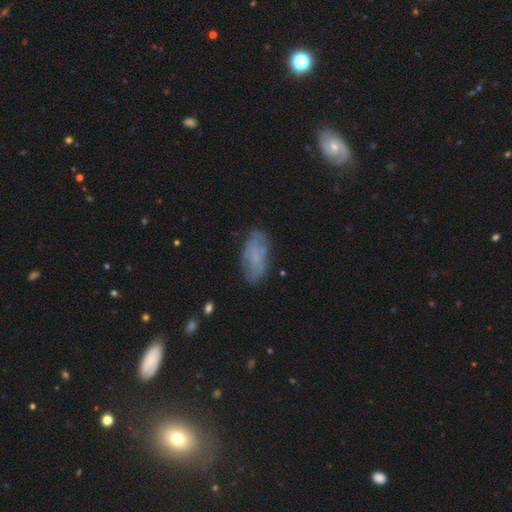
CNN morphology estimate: smooth_or_featured: smooth (p=0.62) [alt: featured or disk p=0.28]
how_rounded: in between (p=0.89) [alt: cigar-shaped p=0.08]
merging: none (p=0.70) [alt: minor disturbance p=0.21]